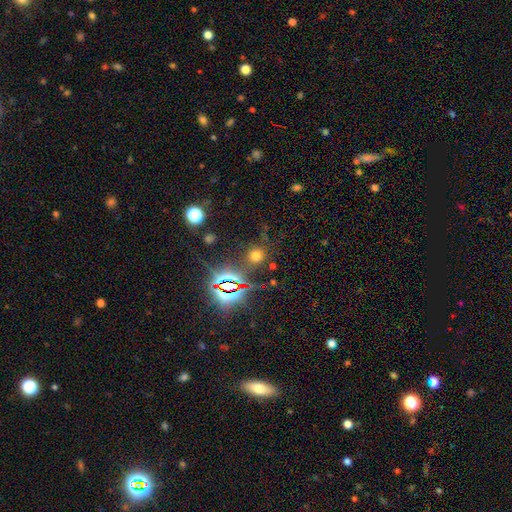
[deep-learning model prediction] smooth_or_featured: smooth (p=0.56) [alt: star or artifact p=0.36]
how_rounded: round (p=0.86) [alt: in between p=0.12]
merging: none (p=0.78) [alt: minor disturbance p=0.11]